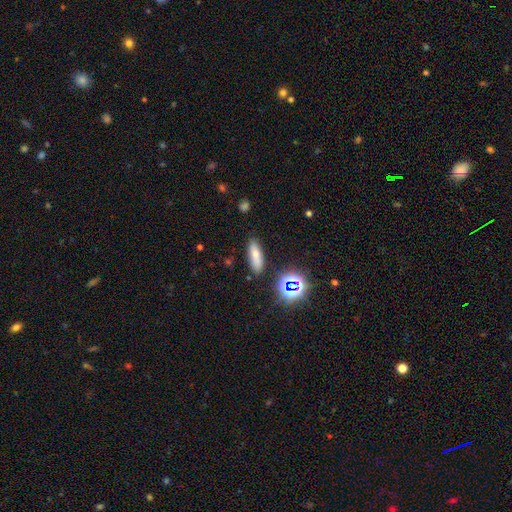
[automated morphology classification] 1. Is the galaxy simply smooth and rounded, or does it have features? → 68% smooth, 17% star or artifact, 15% featured or disk.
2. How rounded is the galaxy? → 51% in between, 44% cigar-shaped, 5% round.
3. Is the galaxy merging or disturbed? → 83% none, 11% minor disturbance, 3% merger, 3% major disturbance.